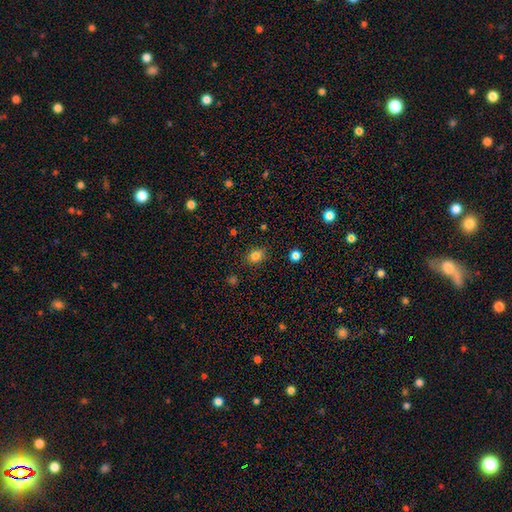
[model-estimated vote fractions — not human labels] smooth 82%, star or artifact 13%, featured or disk 6%. Down the decision tree: how rounded — round (57%); merging — none (85%).